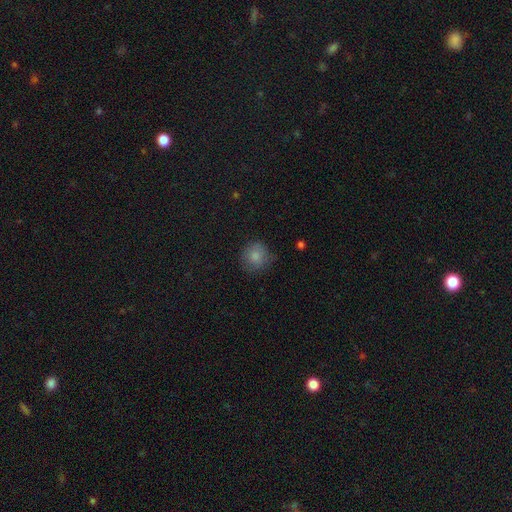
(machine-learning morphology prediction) smooth_or_featured: smooth (p=0.83) [alt: star or artifact p=0.10]
how_rounded: round (p=0.90) [alt: in between p=0.09]
merging: none (p=0.76) [alt: minor disturbance p=0.18]